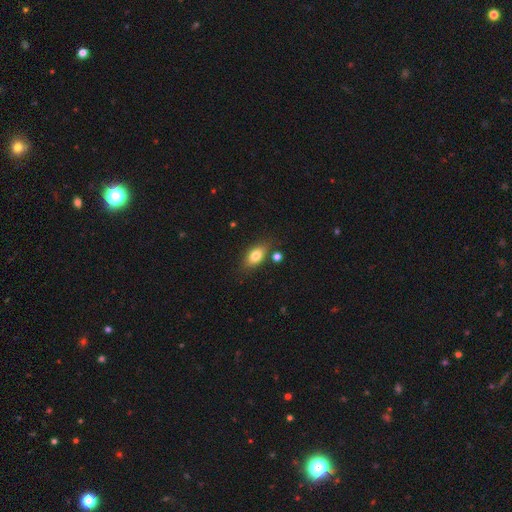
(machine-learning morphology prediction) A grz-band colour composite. It shows a smooth galaxy with no disk features (79%) that is in between round and cigar-shaped (85%). Merging: none (77%).